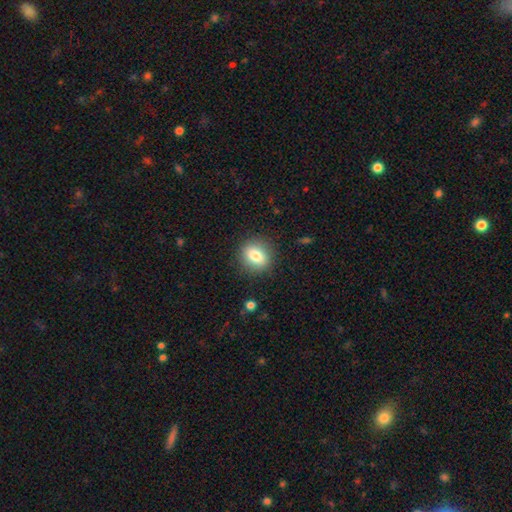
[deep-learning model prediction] smooth_or_featured: smooth (p=0.79) [alt: featured or disk p=0.12]
how_rounded: round (p=0.66) [alt: in between p=0.32]
merging: none (p=0.88) [alt: minor disturbance p=0.08]